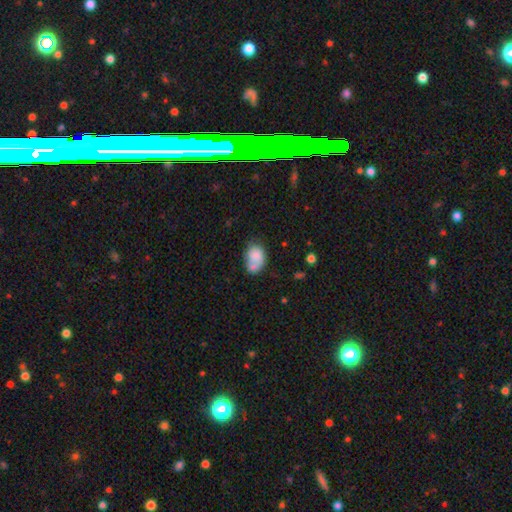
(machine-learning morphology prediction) This is likely a smooth galaxy (77%). How rounded: likely in between (73%). Merging: marginally none (36%).